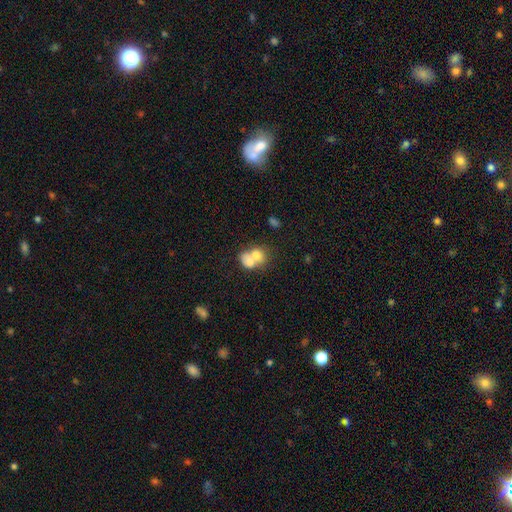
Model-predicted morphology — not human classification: Q: Smooth or featured?
A: smooth (66%); runner-up: featured or disk (25%)
Q: How rounded?
A: round (51%); runner-up: in between (48%)
Q: Merging?
A: merger (70%); runner-up: none (19%)